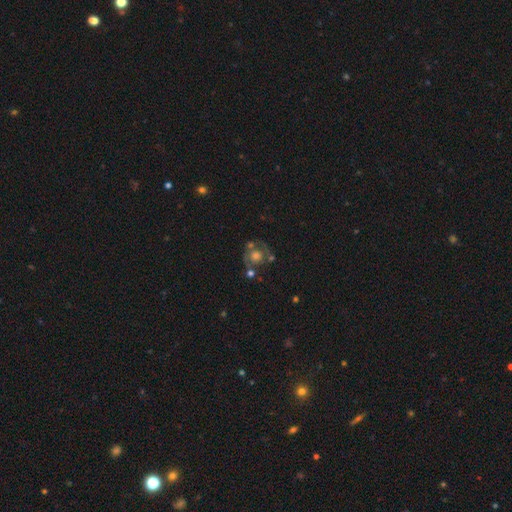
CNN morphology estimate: smooth-or-featured: featured or disk: 57% | smooth: 32% | star or artifact: 11%
  disk-edge-on: no: 97% | yes: 3%
    bar: no: 86% | weak: 12% | strong: 3%
    has-spiral-arms: yes: 51% | no: 49%
    bulge-size: moderate: 41% | large: 36% | small: 12% | none: 7% | dominant: 4%
  merging: none: 56% | minor disturbance: 18% | major disturbance: 14% | merger: 13%